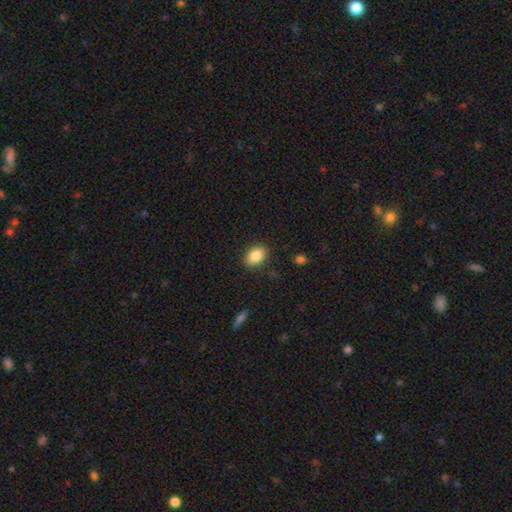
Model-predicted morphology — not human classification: This appears to be a smooth galaxy with no disk features (85%) that is in between round and cigar-shaped (80%). Merging: none (86%).